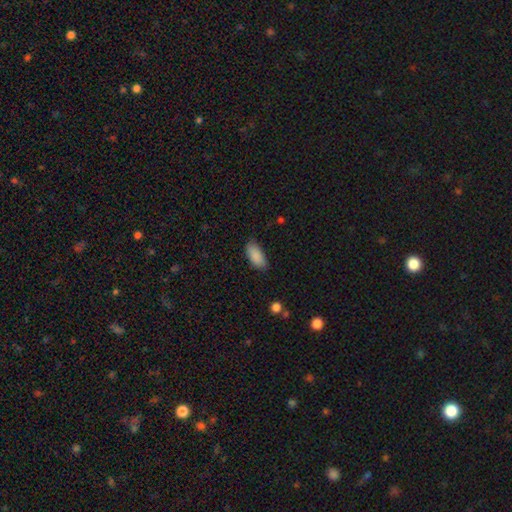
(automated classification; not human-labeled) The model was most divided on "merging": none: 80%, minor disturbance: 16%, major disturbance: 3%, merger: 1%. More confident: how rounded — in between (90%); smooth or featured — smooth (89%).